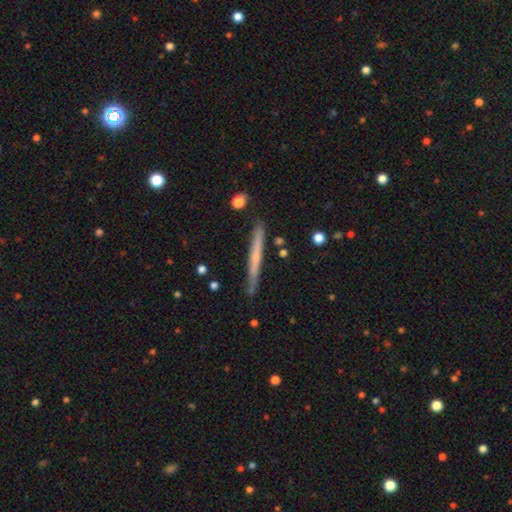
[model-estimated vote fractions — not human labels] smooth-or-featured: featured or disk: 50% | smooth: 45% | star or artifact: 6%
  merging: none: 87% | minor disturbance: 9% | merger: 2% | major disturbance: 2%